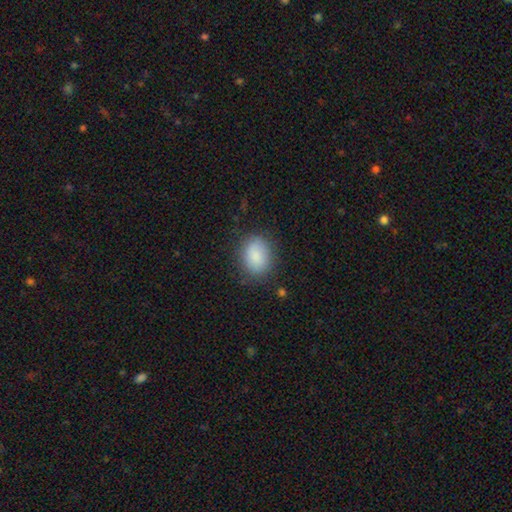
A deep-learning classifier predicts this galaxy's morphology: Smooth or featured? Predicted: smooth (p=0.86). How rounded? Predicted: in between (p=0.61). Merging? Predicted: none (p=0.78).